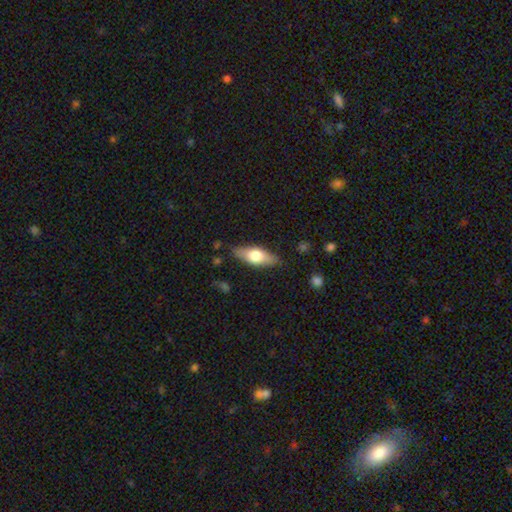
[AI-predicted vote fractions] Smooth or featured? Predicted: smooth (p=0.57). How rounded? Predicted: in between (p=0.69). Merging? Predicted: none (p=0.84).